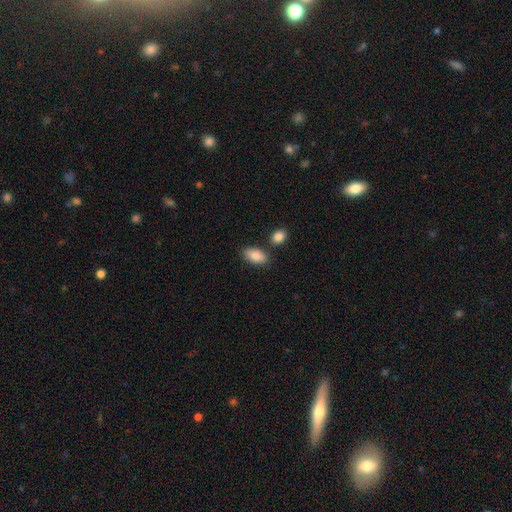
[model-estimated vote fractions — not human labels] Overall: smooth (87%). How rounded: in between (92%). Merging: none (77%).